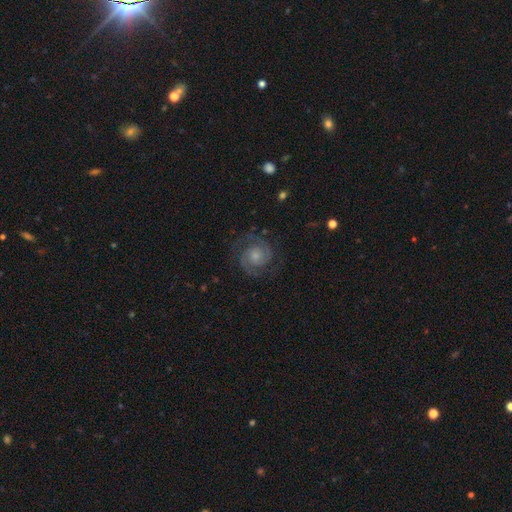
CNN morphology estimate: A featured or disk galaxy (86%) with no bar (71%), 2 (92%) tight (50%) spiral arms (98%) and a small central bulge (42%).

Vote fractions:
- Smooth or featured? featured or disk: 86% / smooth: 8% / star or artifact: 6%
- Edge-on disk? no: 98% / yes: 2%
- Bar? no: 71% / weak: 25% / strong: 5%
- Spiral arms? yes: 98% / no: 2%
- Spiral winding? tight: 50% / medium: 41% / loose: 8%
- Spiral arm count? 2: 92% / can't tell: 3% / 3: 2% / 1: 1% / 4: 1% / more than 4: 1%
- Bulge size? small: 42% / moderate: 39% / none: 11% / large: 7% / dominant: 2%
- Merging? none: 80% / minor disturbance: 12% / major disturbance: 7% / merger: 1%